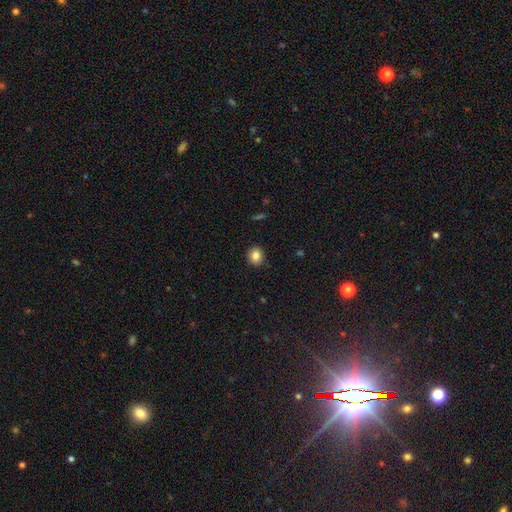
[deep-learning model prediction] A smooth galaxy with no disk features (84%) that is round (83%).

Vote fractions:
- Smooth or featured? smooth: 84% / star or artifact: 10% / featured or disk: 6%
- How rounded? round: 83% / in between: 16% / cigar-shaped: 1%
- Merging? none: 89% / minor disturbance: 8% / major disturbance: 2% / merger: 1%